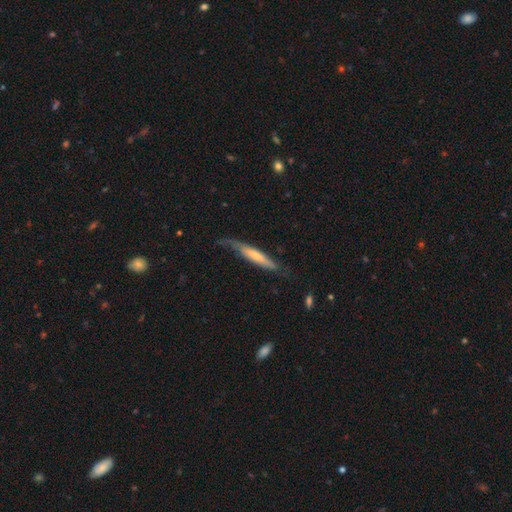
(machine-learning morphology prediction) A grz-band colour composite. It shows a smooth galaxy with no disk features (49%). Merging: none (52%).